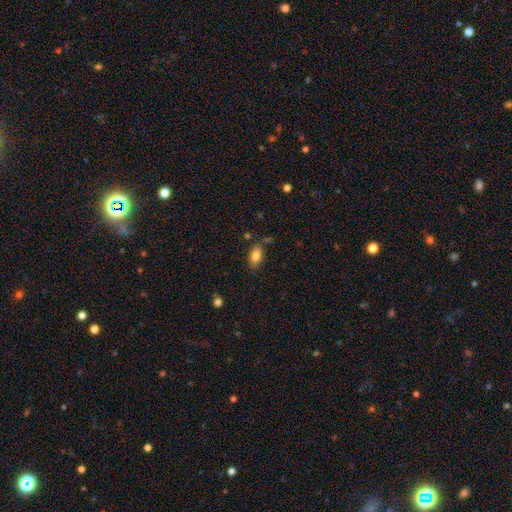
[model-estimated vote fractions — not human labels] The model was most divided on "merging": none: 74%, minor disturbance: 17%, merger: 5%, major disturbance: 4%. More confident: how rounded — in between (89%); smooth or featured — smooth (83%).